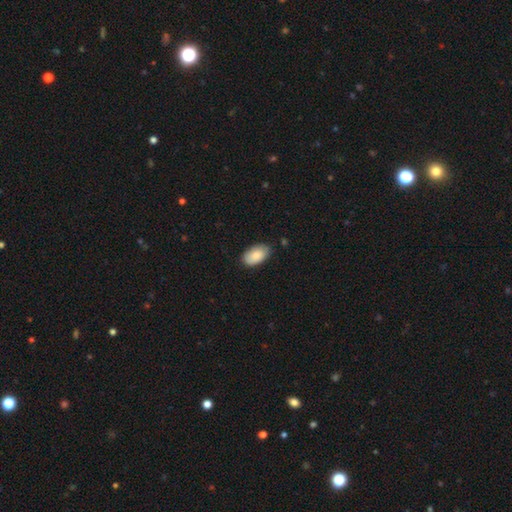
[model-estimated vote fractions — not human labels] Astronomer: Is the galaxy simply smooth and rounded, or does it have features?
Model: smooth — 85%.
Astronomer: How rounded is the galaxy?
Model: in between — 95%.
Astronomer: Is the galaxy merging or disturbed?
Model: none — 79%.